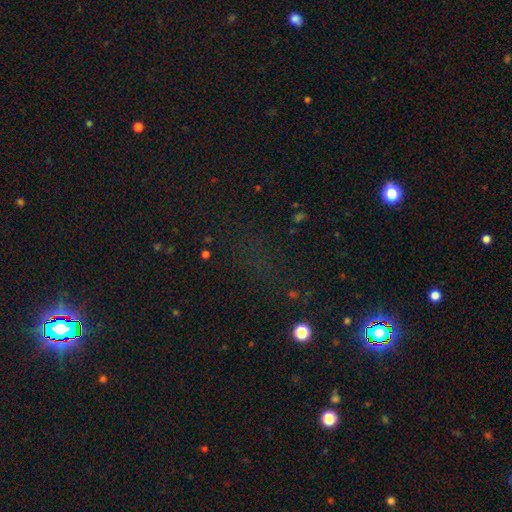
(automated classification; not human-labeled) Smooth or featured: star or artifact — 68% (smooth — 22%)